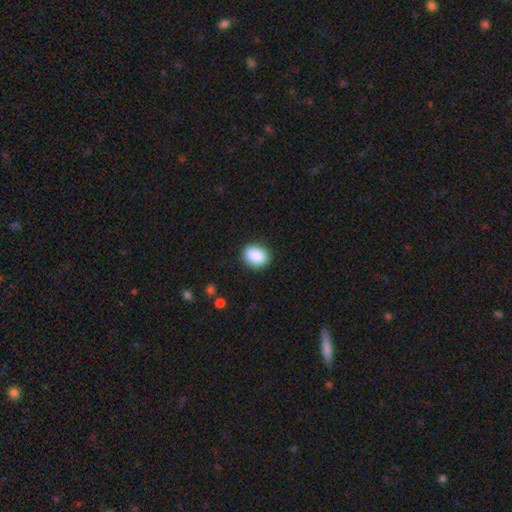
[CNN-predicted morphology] Q: Smooth or featured?
A: smooth (89%); runner-up: star or artifact (7%)
Q: How rounded?
A: in between (65%); runner-up: round (34%)
Q: Merging?
A: none (88%); runner-up: minor disturbance (9%)